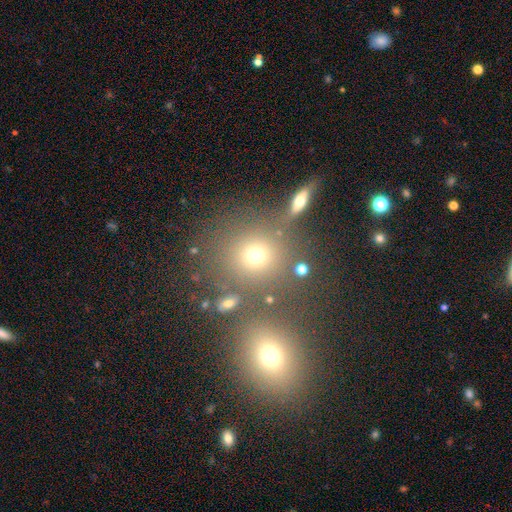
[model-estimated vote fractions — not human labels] Smooth or featured? smooth (67%)
How rounded? round (85%)
Merging? none (72%)